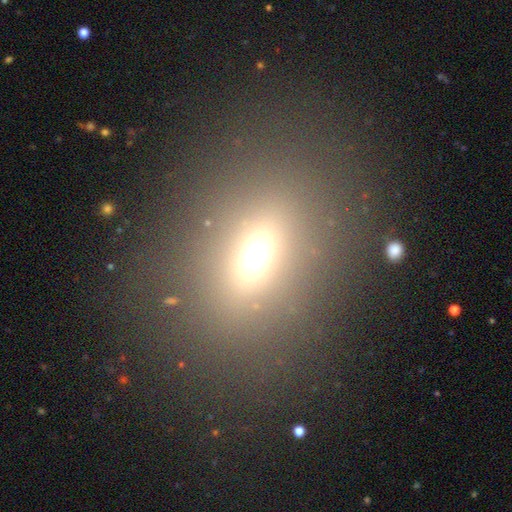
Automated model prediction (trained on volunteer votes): smooth 61%, star or artifact 25%, featured or disk 14%. Down the decision tree: how rounded — in between (56%); merging — none (82%).